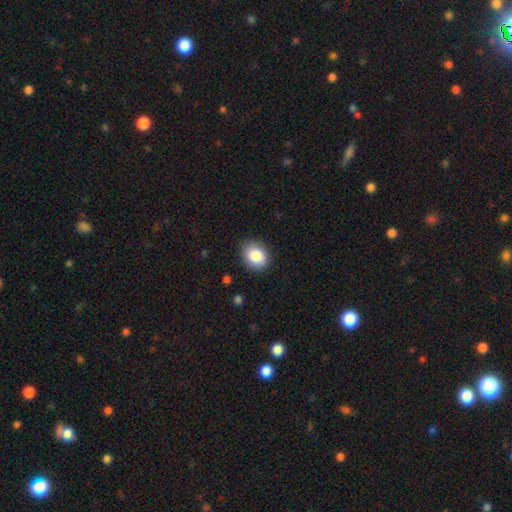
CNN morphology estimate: A smooth galaxy with no disk features (84%) that is round (53%).

Vote fractions:
- Smooth or featured? smooth: 84% / star or artifact: 8% / featured or disk: 8%
- How rounded? round: 53% / in between: 46% / cigar-shaped: 1%
- Merging? none: 83% / minor disturbance: 13% / major disturbance: 3% / merger: 1%